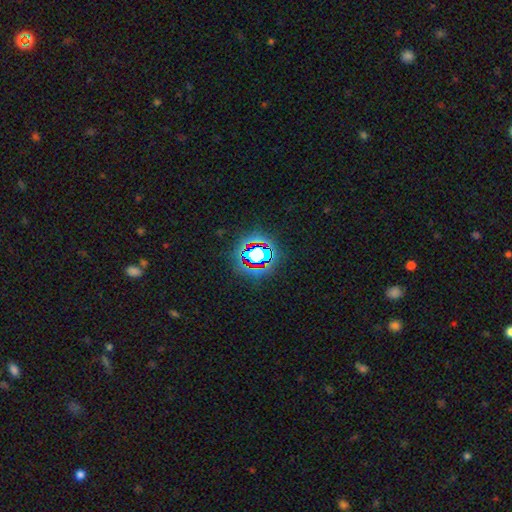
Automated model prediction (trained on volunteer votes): Q: Smooth or featured?
A: star or artifact (67%); runner-up: smooth (20%)